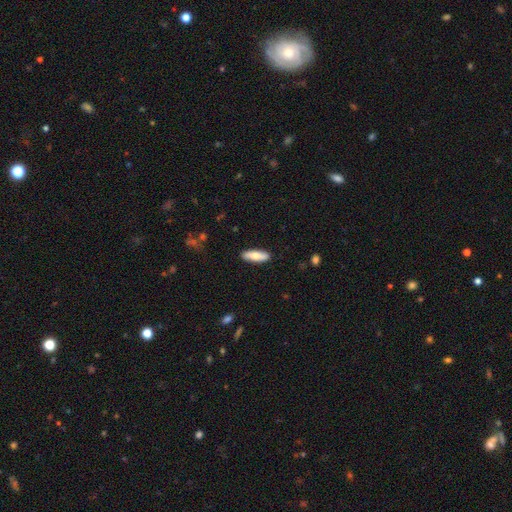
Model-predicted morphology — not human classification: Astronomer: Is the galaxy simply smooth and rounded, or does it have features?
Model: smooth — 74%.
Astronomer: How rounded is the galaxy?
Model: cigar-shaped — 50% (runner-up: in between, 48%).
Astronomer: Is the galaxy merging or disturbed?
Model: none — 88%.